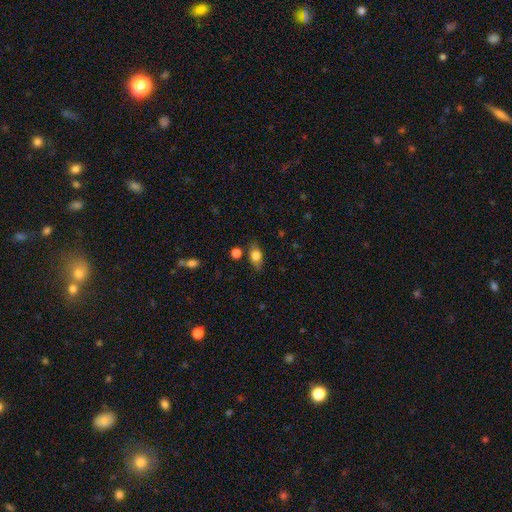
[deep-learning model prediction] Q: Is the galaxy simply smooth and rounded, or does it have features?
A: smooth — 73%.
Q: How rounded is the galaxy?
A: in between — 79%.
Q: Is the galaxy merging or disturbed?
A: none — 75%.